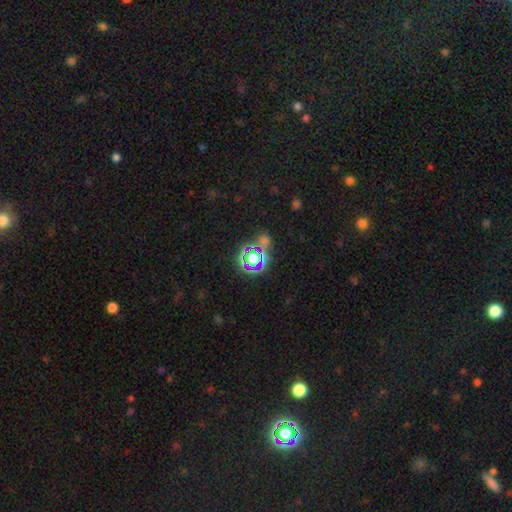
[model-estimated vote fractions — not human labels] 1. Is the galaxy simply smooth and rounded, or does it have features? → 72% star or artifact, 19% smooth, 9% featured or disk.